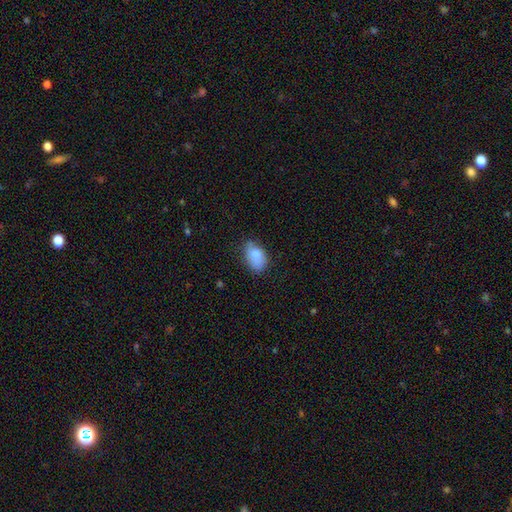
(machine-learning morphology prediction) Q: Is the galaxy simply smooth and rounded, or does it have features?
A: smooth — 84%.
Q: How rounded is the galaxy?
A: in between — 89%.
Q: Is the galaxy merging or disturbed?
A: none — 61%.